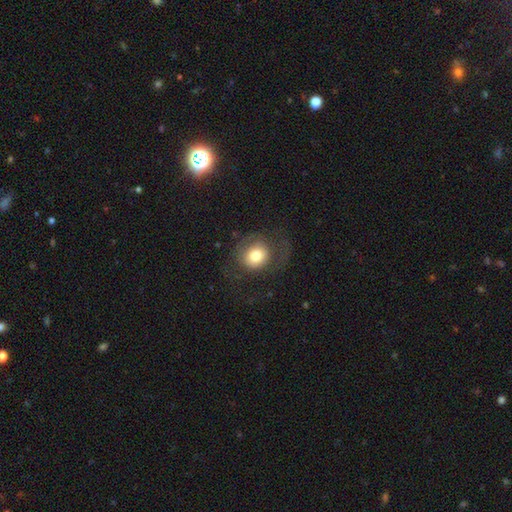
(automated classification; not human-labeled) Q: Smooth or featured?
A: smooth (67%); runner-up: featured or disk (24%)
Q: How rounded?
A: round (76%); runner-up: in between (23%)
Q: Merging?
A: none (54%); runner-up: major disturbance (27%)